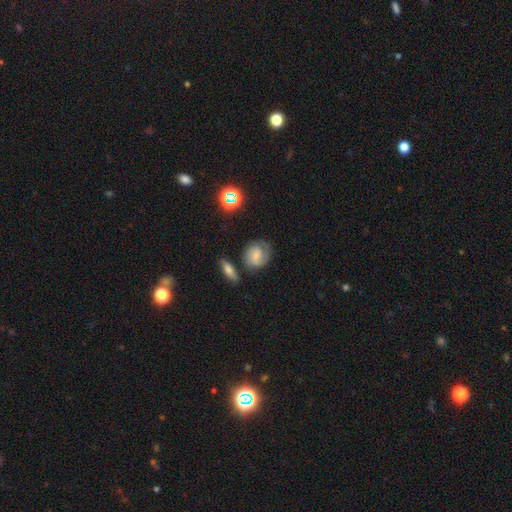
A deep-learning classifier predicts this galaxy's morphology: Overall: featured or disk (48%; smooth 41%). Merging: none (66%).